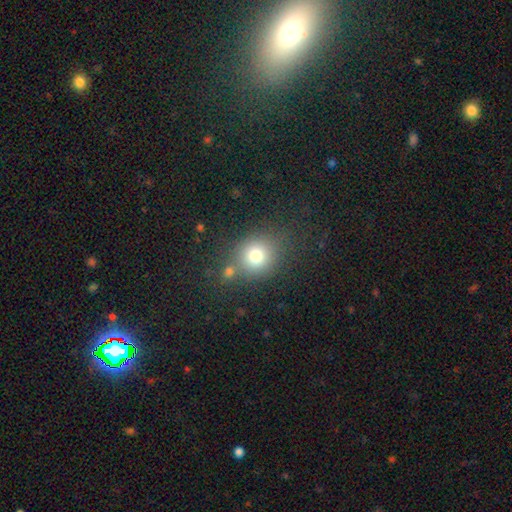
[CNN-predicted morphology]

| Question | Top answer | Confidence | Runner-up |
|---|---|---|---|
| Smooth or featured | smooth | 77% | star or artifact (14%) |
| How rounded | round | 80% | in between (19%) |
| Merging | none | 69% | merger (13%) |